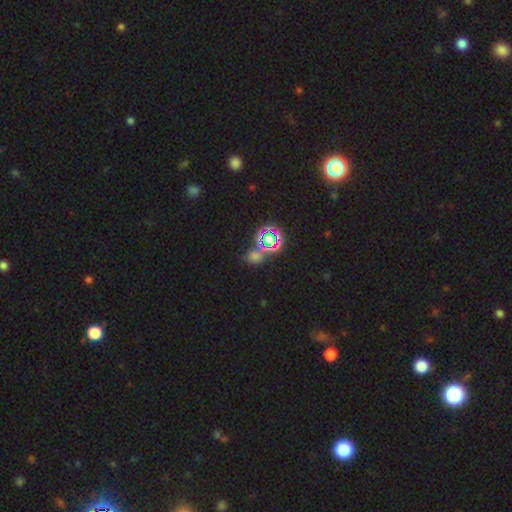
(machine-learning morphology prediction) star or artifact 54%, smooth 38%, featured or disk 7%.